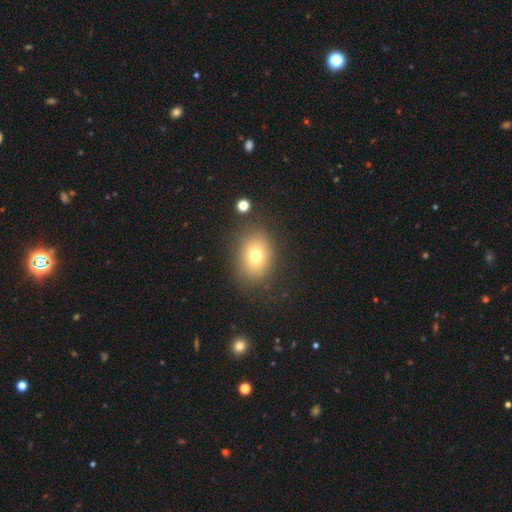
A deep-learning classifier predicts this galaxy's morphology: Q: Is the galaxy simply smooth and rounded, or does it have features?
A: smooth — 73%.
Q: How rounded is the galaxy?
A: in between — 63%.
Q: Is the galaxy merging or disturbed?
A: none — 80%.